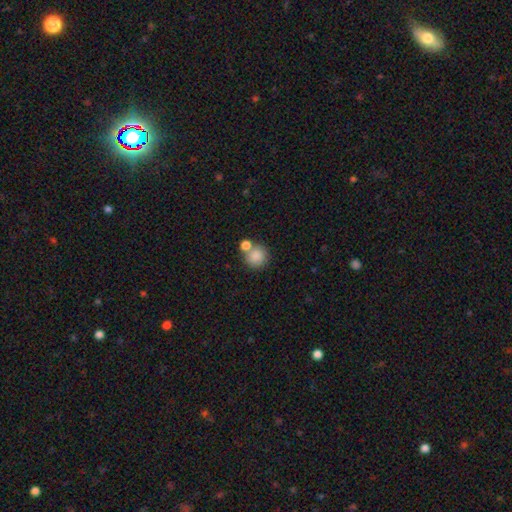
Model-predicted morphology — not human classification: Q: Smooth or featured?
A: smooth (85%); runner-up: star or artifact (9%)
Q: How rounded?
A: round (90%); runner-up: in between (9%)
Q: Merging?
A: none (59%); runner-up: merger (29%)